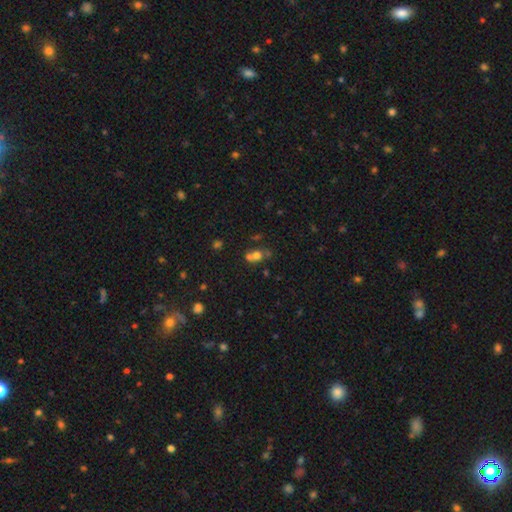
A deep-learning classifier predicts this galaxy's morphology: Overall: smooth (60%; featured or disk 20%). How rounded: round (66%; in between 32%). Merging: merger (49%; none 37%).